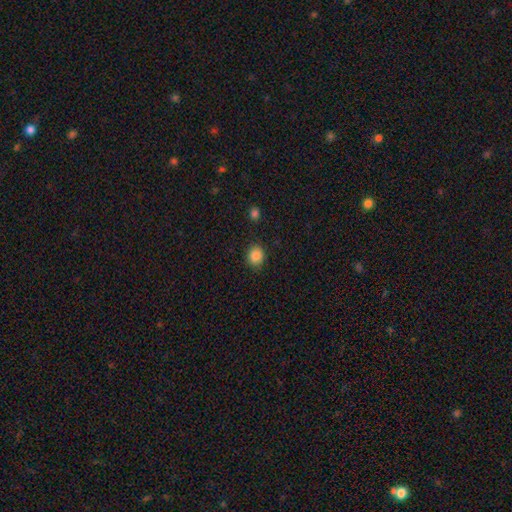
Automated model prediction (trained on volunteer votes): Smooth or featured? Predicted: smooth (p=0.87). How rounded? Predicted: round (p=0.67). Merging? Predicted: none (p=0.87).